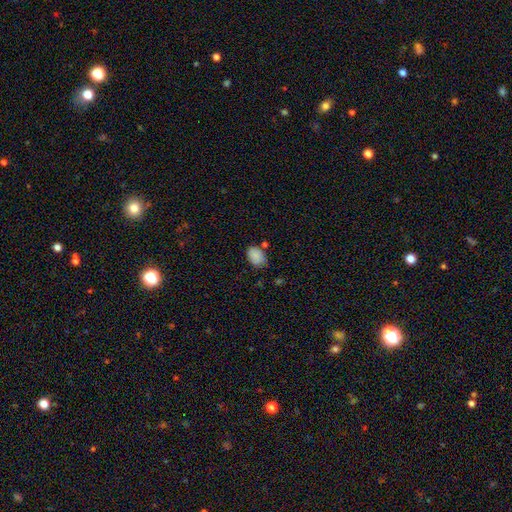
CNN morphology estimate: type=smooth (87%); roundness=in between (81%); merging=none (66%).